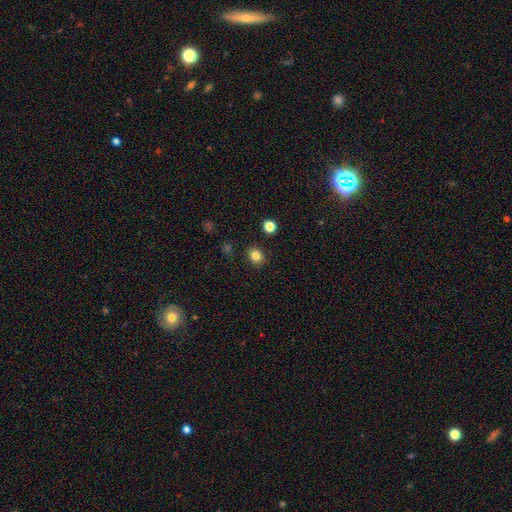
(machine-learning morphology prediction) The model was most divided on "how rounded": round: 68%, in between: 32%, cigar-shaped: 1%. More confident: merging — none (89%); smooth or featured — smooth (82%).